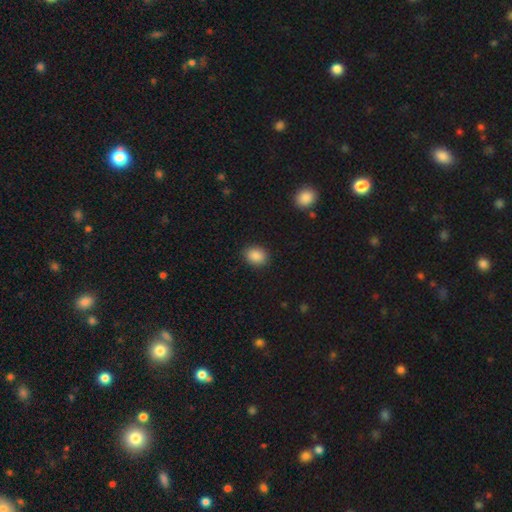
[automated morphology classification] Q: Smooth or featured?
A: smooth (88%); runner-up: star or artifact (9%)
Q: How rounded?
A: round (51%); runner-up: in between (48%)
Q: Merging?
A: none (88%); runner-up: minor disturbance (9%)